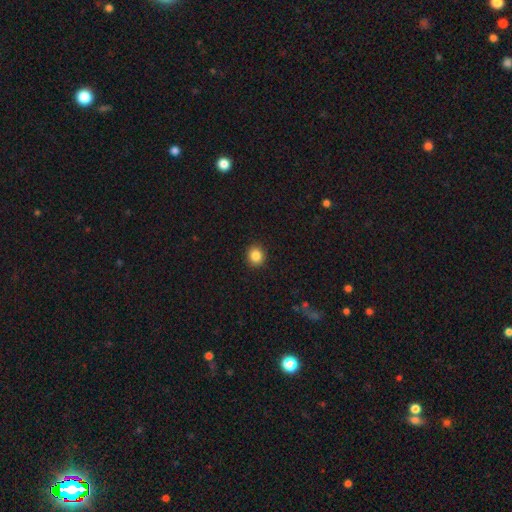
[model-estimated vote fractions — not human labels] This appears to be a smooth galaxy with no disk features (86%) that is round (87%). Merging: none (92%).